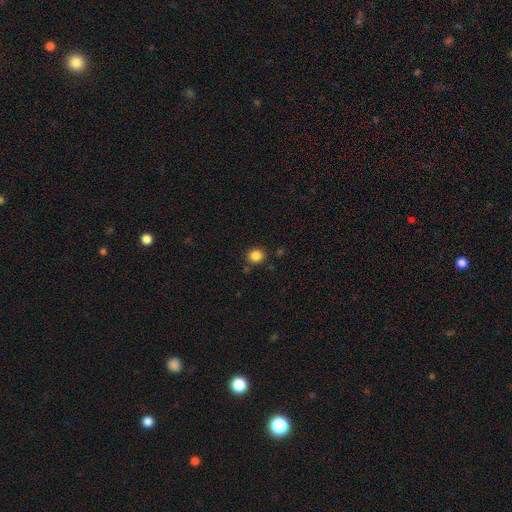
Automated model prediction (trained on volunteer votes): Smooth or featured?
  - smooth: 85% *
  - star or artifact: 11%
  - featured or disk: 3%
How rounded?
  - round: 84% *
  - in between: 15%
  - cigar-shaped: 1%
Merging?
  - none: 86% *
  - minor disturbance: 8%
  - merger: 4%
  - major disturbance: 3%